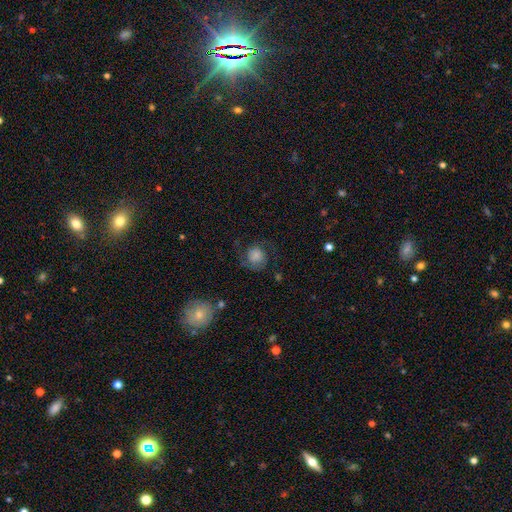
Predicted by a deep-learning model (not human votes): featured or disk 48%, smooth 43%, star or artifact 9%. Down the decision tree: merging — none (66%).